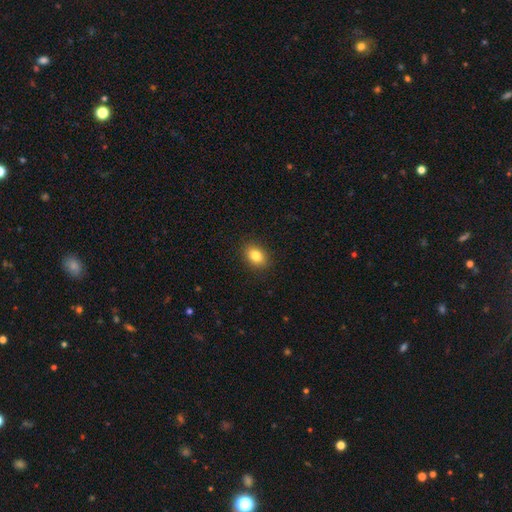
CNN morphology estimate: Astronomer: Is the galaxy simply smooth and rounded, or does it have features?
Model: smooth — 84%.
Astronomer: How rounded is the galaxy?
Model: in between — 78%.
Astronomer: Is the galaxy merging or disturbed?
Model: none — 89%.